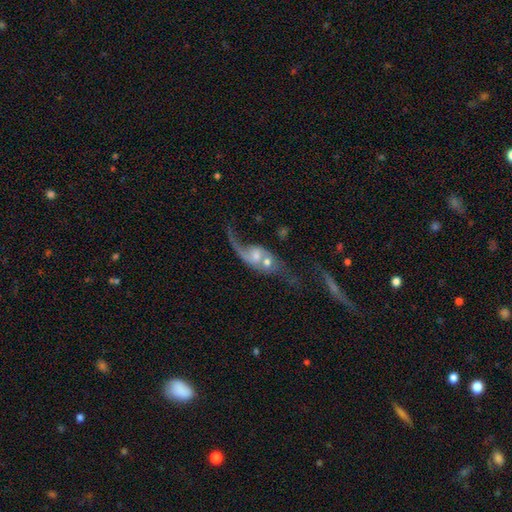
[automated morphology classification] Smooth or featured?
  - featured or disk: 73% *
  - smooth: 18%
  - star or artifact: 9%
Edge-on disk?
  - no: 93% *
  - yes: 7%
Bar?
  - no: 60% *
  - weak: 31%
  - strong: 9%
Spiral arms?
  - yes: 79% *
  - no: 21%
Spiral winding?
  - loose: 86% *
  - medium: 11%
  - tight: 3%
Spiral arm count?
  - 2: 61% *
  - 1: 32%
  - can't tell: 4%
  - 3: 1%
  - 4: 1%
  - more than 4: 1%
Bulge size?
  - moderate: 42% *
  - small: 36%
  - none: 11%
  - large: 8%
  - dominant: 2%
Merging?
  - merger: 48% *
  - none: 22%
  - major disturbance: 21%
  - minor disturbance: 10%